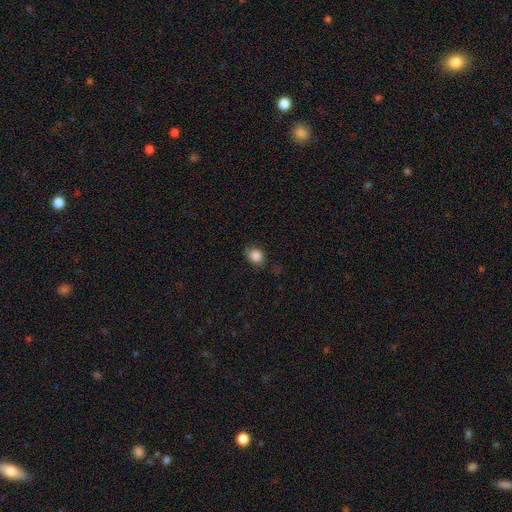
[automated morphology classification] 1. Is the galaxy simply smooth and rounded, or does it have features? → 85% smooth, 10% star or artifact, 5% featured or disk.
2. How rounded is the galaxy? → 51% round, 47% in between, 1% cigar-shaped.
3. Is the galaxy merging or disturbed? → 74% none, 19% minor disturbance, 5% major disturbance, 1% merger.